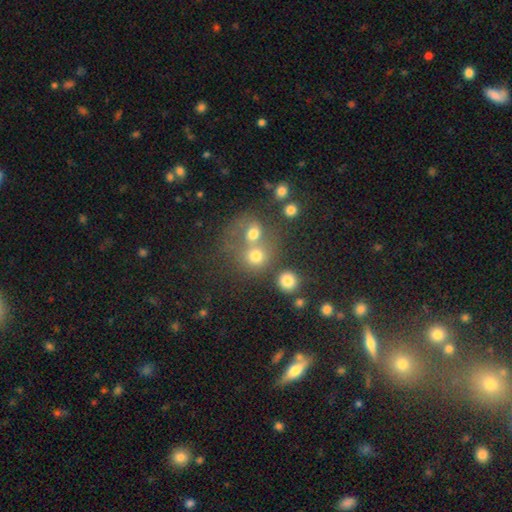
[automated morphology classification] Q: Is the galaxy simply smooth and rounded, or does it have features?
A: smooth — 69%.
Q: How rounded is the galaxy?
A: round — 79%.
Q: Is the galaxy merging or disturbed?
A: merger — 44%.